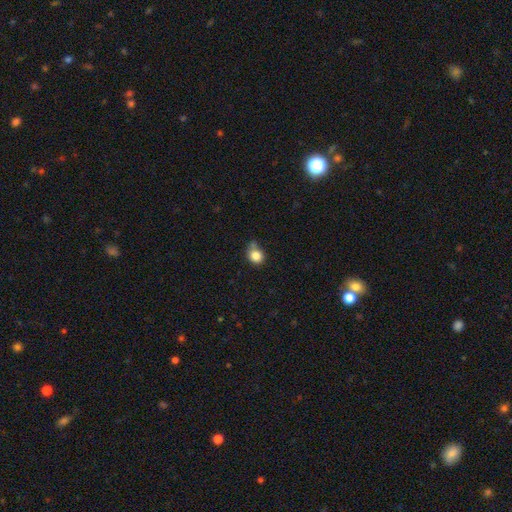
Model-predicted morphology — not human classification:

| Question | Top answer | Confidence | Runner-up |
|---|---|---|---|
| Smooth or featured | smooth | 83% | star or artifact (10%) |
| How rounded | round | 72% | in between (27%) |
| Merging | none | 53% | minor disturbance (29%) |